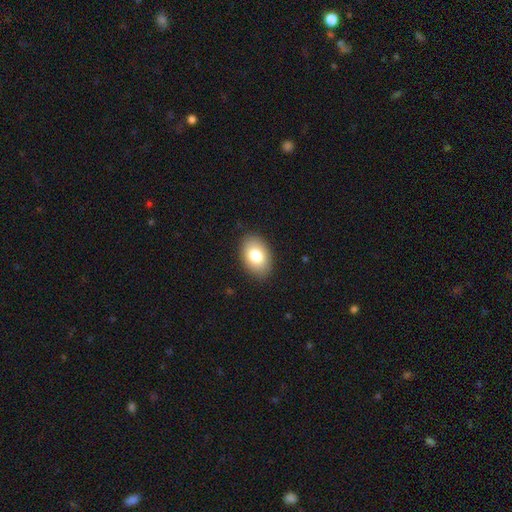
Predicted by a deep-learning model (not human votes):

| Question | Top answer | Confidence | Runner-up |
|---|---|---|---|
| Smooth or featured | smooth | 81% | featured or disk (12%) |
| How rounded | in between | 87% | round (12%) |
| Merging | none | 88% | minor disturbance (9%) |